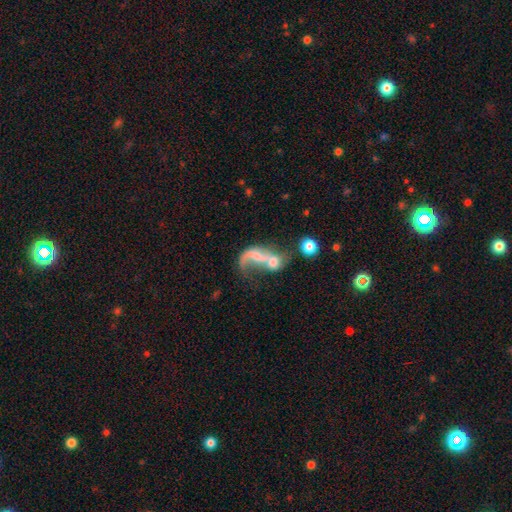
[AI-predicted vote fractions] A featured or disk galaxy (60%) with no bar (53%), spiral arms (66%) and no central bulge (33%).

Vote fractions:
- Smooth or featured? featured or disk: 60% / smooth: 30% / star or artifact: 10%
- Edge-on disk? no: 96% / yes: 4%
- Bar? no: 53% / weak: 31% / strong: 16%
- Spiral arms? yes: 66% / no: 34%
- Bulge size? none: 33% / small: 30% / moderate: 27% / large: 7% / dominant: 3%
- Merging? merger: 60% / major disturbance: 21% / none: 13% / minor disturbance: 7%